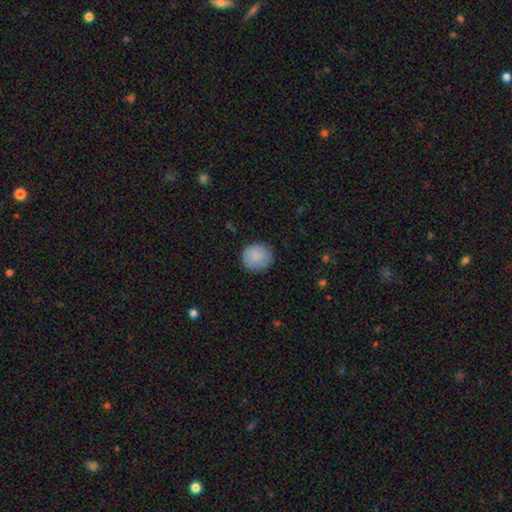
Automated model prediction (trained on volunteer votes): smooth-or-featured: smooth: 86% | star or artifact: 7% | featured or disk: 7%
  how-rounded: round: 90% | in between: 9% | cigar-shaped: 1%
  merging: none: 83% | minor disturbance: 13% | major disturbance: 3% | merger: 1%